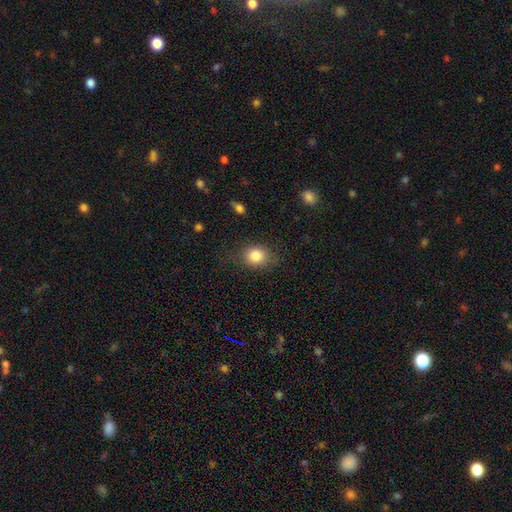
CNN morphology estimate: type=smooth (83%); roundness=round (56%); merging=none (74%).